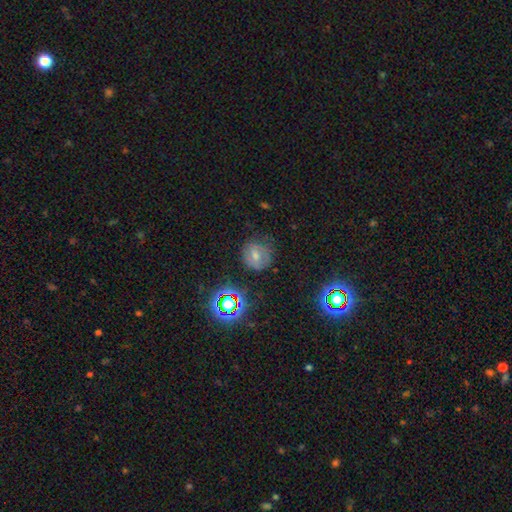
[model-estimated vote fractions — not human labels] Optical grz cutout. It shows a smooth galaxy with no disk features (51%) that is round (79%). Merging: none (68%).